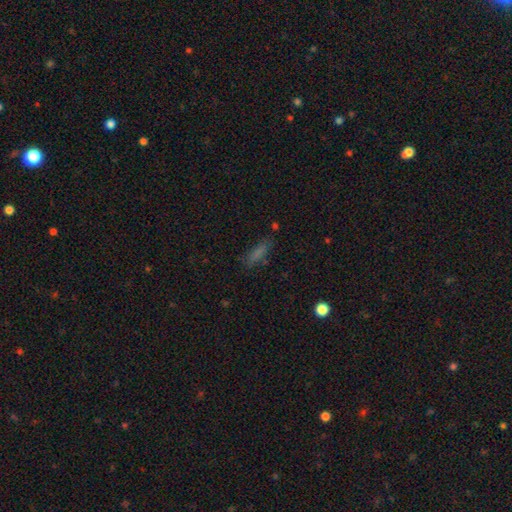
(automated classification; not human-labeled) A smooth galaxy with no disk features (67%) that is cigar-shaped (65%). Merging: none (75%).